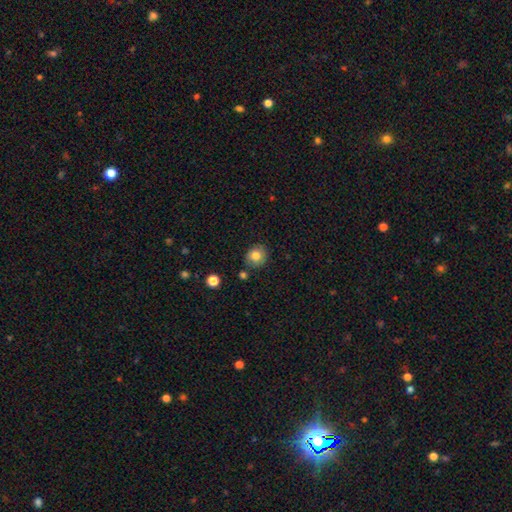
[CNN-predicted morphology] A smooth galaxy with no disk features (81%) that is round (83%).

Vote fractions:
- Smooth or featured? smooth: 81% / star or artifact: 10% / featured or disk: 9%
- How rounded? round: 83% / in between: 16% / cigar-shaped: 1%
- Merging? none: 83% / minor disturbance: 10% / merger: 4% / major disturbance: 2%